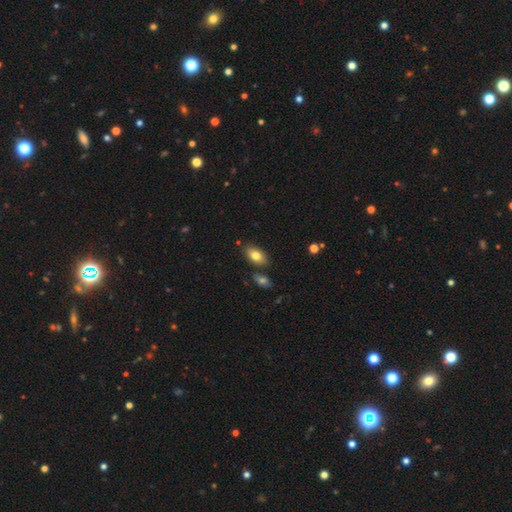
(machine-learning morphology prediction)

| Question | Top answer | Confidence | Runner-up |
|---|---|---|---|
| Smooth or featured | smooth | 79% | featured or disk (13%) |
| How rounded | in between | 90% | round (7%) |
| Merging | none | 77% | minor disturbance (12%) |